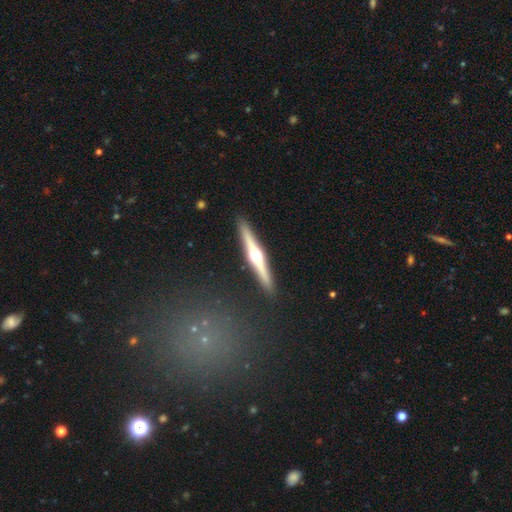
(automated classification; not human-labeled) A featured or disk galaxy (75%) viewed edge-on (98%) with a rounded central bulge (94%). Merging: none (91%).